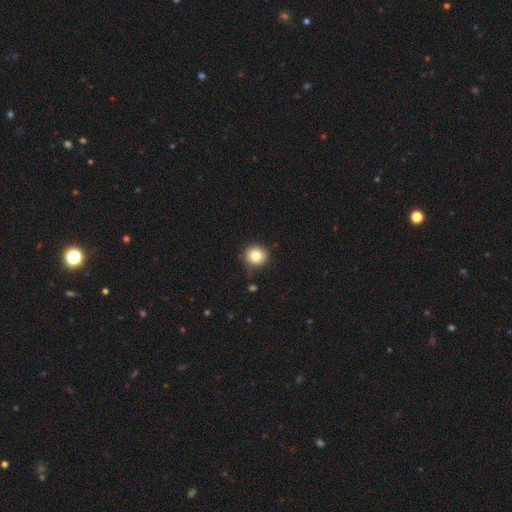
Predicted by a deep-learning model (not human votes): Overall: smooth (81%). How rounded: round (89%). Merging: none (79%).